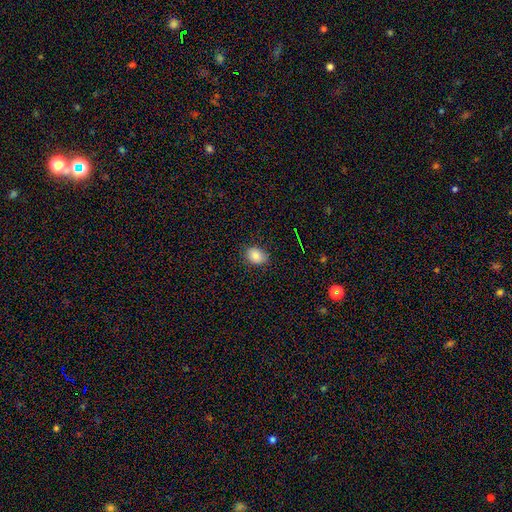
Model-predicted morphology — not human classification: A smooth galaxy with no disk features (84%) that is in between round and cigar-shaped (71%). Merging: none (80%).